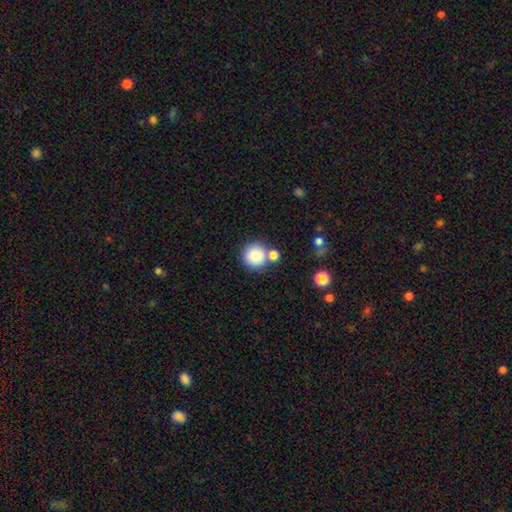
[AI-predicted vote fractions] Morphology: type=smooth (85%); roundness=round (93%); merging=none (68%).